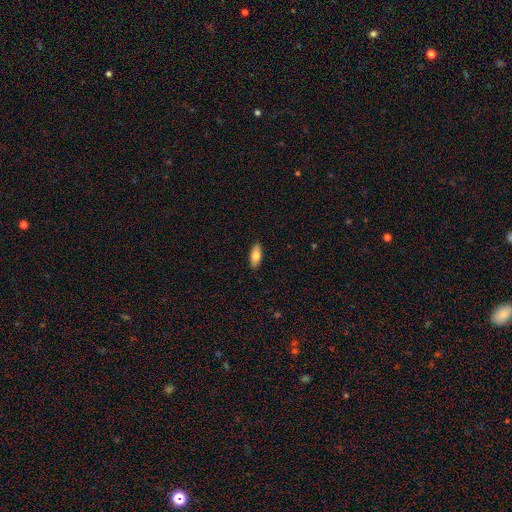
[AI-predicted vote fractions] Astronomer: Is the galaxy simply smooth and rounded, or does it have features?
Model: smooth — 77%.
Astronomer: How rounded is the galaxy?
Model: in between — 80%.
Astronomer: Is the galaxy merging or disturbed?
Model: none — 89%.